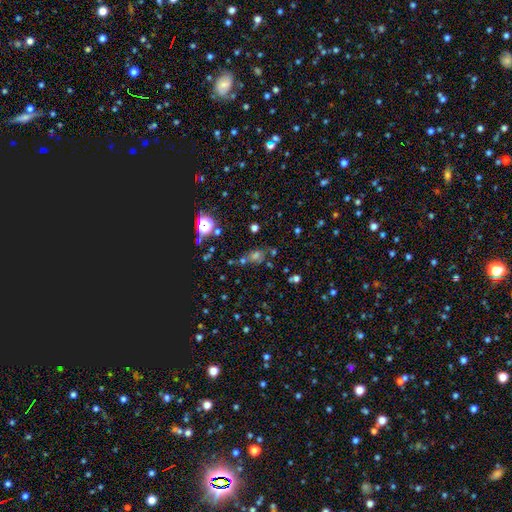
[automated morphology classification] Smooth or featured? Predicted: smooth (p=0.45). Merging? Predicted: none (p=0.55).